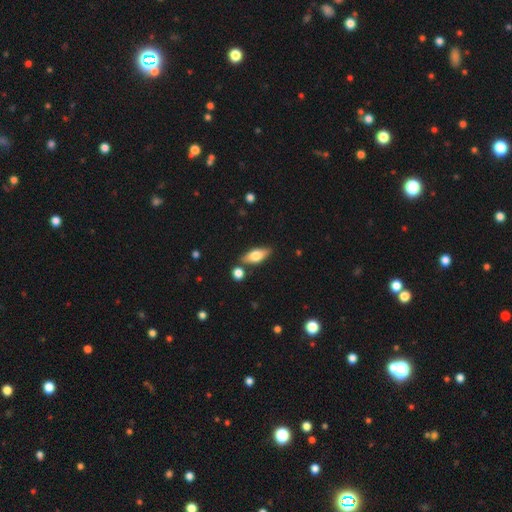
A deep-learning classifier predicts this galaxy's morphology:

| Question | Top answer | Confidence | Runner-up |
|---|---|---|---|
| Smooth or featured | smooth | 64% | featured or disk (29%) |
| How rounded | in between | 73% | cigar-shaped (24%) |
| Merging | none | 79% | minor disturbance (11%) |